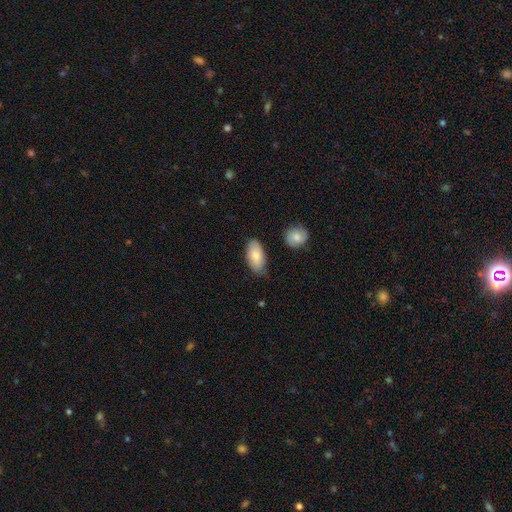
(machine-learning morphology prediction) Smooth or featured? Predicted: smooth (p=0.81). How rounded? Predicted: in between (p=0.93). Merging? Predicted: none (p=0.76).